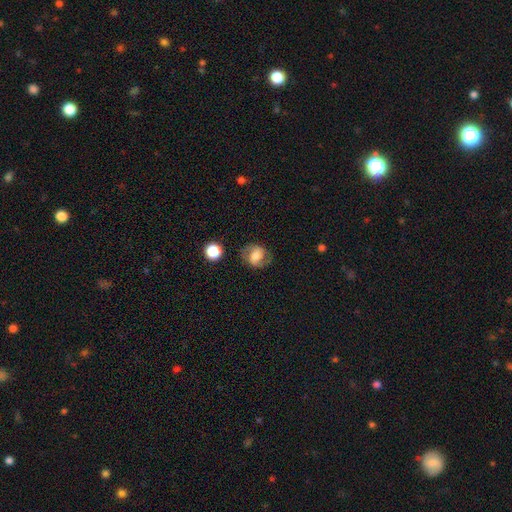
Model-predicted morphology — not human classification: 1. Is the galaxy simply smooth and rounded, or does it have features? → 49% featured or disk, 41% smooth, 10% star or artifact.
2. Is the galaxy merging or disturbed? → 72% none, 18% minor disturbance, 8% major disturbance, 2% merger.